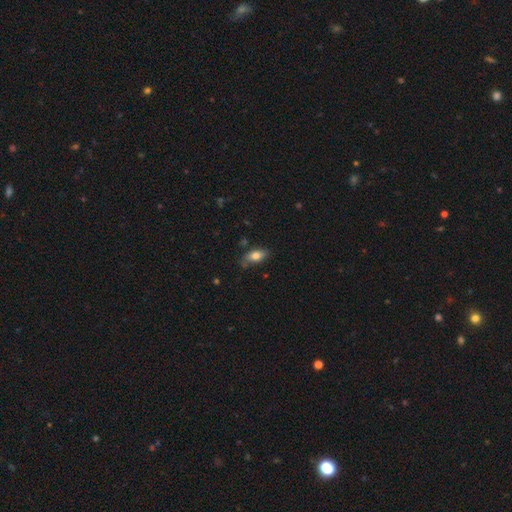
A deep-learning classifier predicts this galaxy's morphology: type=smooth (79%); roundness=in between (87%); merging=none (69%).